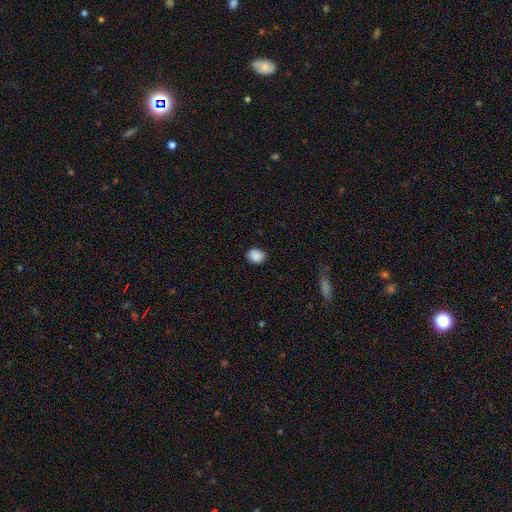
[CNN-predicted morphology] smooth 89%, star or artifact 9%, featured or disk 3%. Down the decision tree: how rounded — round (59%); merging — none (88%).